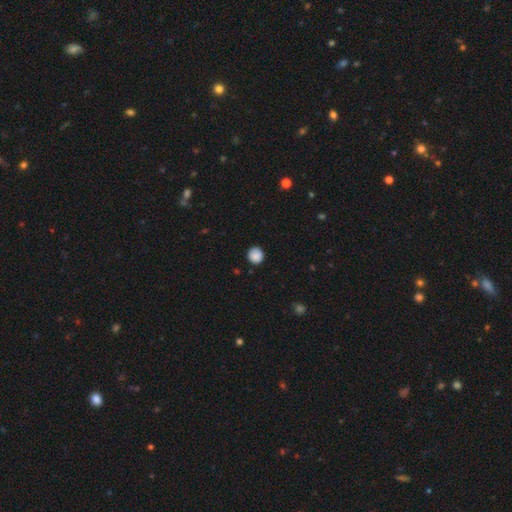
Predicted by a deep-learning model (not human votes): Smooth or featured? smooth (88%)
How rounded? round (92%)
Merging? none (89%)